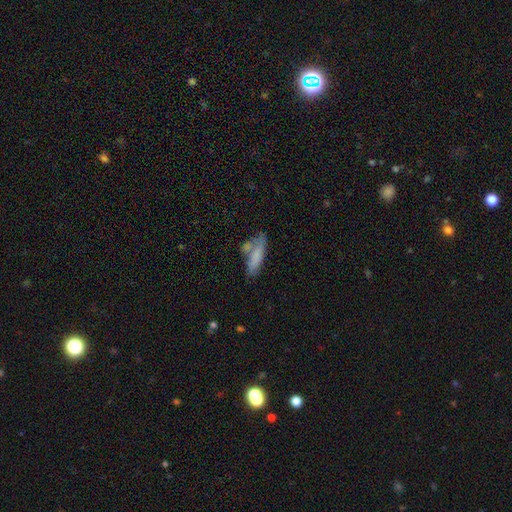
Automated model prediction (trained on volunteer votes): Q: Smooth or featured?
A: smooth (71%); runner-up: featured or disk (21%)
Q: How rounded?
A: cigar-shaped (52%); runner-up: in between (46%)
Q: Merging?
A: none (45%); runner-up: minor disturbance (24%)